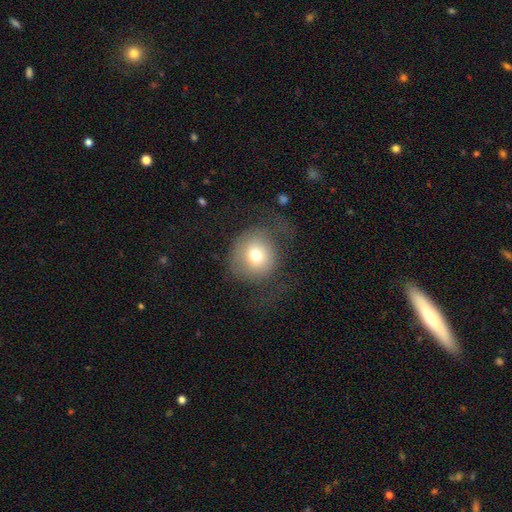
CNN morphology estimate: Q: Smooth or featured?
A: smooth (70%); runner-up: featured or disk (20%)
Q: How rounded?
A: round (86%); runner-up: in between (13%)
Q: Merging?
A: none (49%); runner-up: major disturbance (30%)